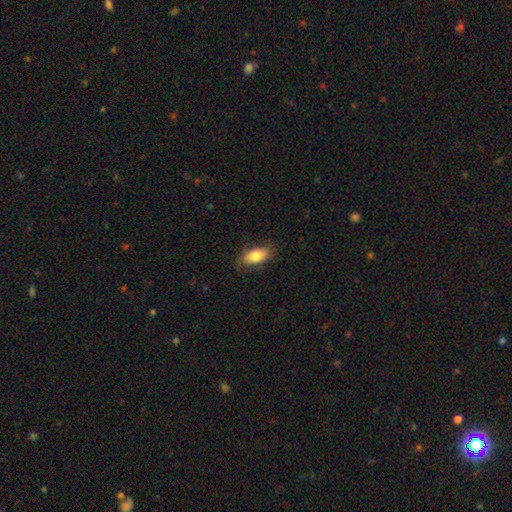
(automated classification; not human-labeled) smooth-or-featured: smooth: 80% | featured or disk: 13% | star or artifact: 7%
  how-rounded: in between: 88% | cigar-shaped: 8% | round: 4%
  merging: none: 82% | minor disturbance: 14% | major disturbance: 3% | merger: 1%